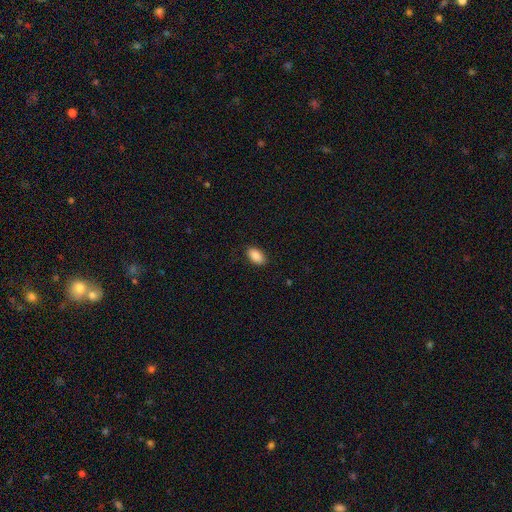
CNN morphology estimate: Q: Smooth or featured?
A: smooth (90%); runner-up: star or artifact (7%)
Q: How rounded?
A: in between (93%); runner-up: round (5%)
Q: Merging?
A: none (88%); runner-up: minor disturbance (9%)